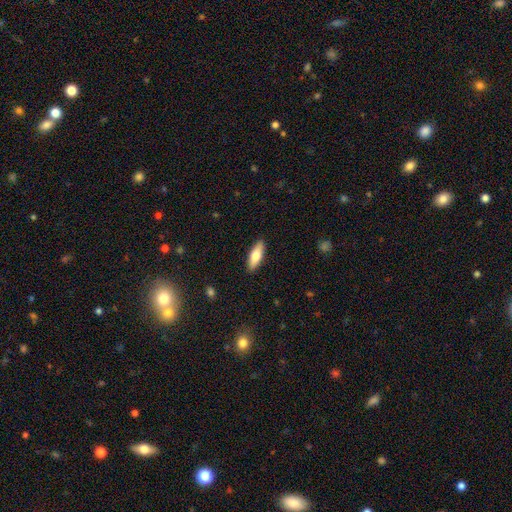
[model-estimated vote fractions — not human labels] Smooth or featured: smooth — 69% (featured or disk — 25%)
How rounded: in between — 55% (cigar-shaped — 43%)
Merging: none — 90% (minor disturbance — 8%)